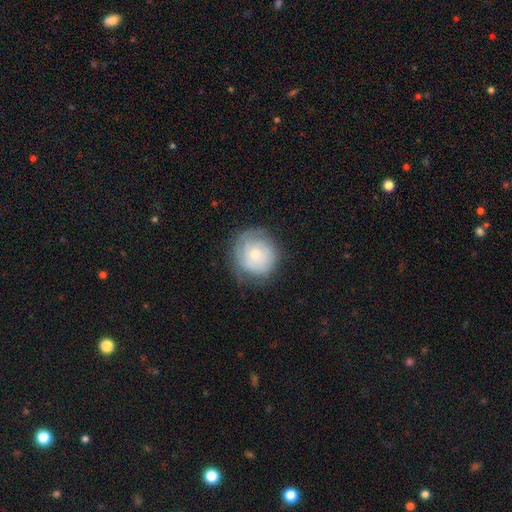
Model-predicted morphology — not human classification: Smooth or featured? smooth (47%)
Merging? none (68%)